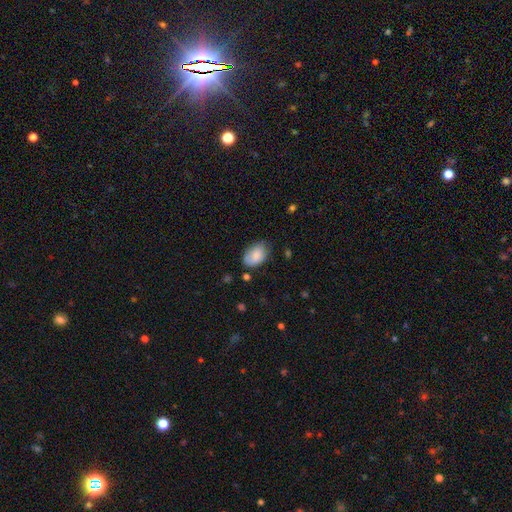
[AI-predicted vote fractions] This appears to be a smooth galaxy with no disk features (82%) that is in between round and cigar-shaped (88%). Merging: none (63%).